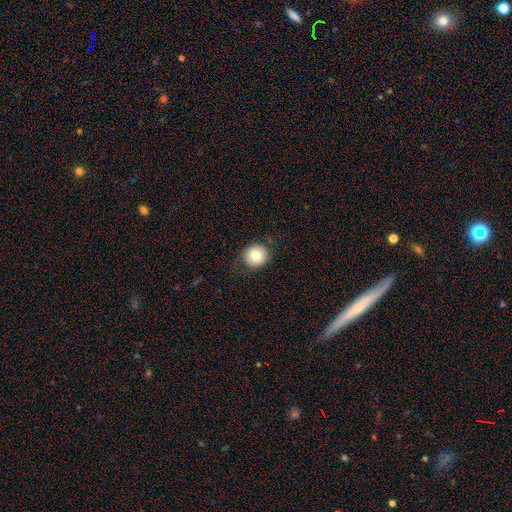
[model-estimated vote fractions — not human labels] Overall: smooth (76%). How rounded: round (92%). Merging: none (82%).